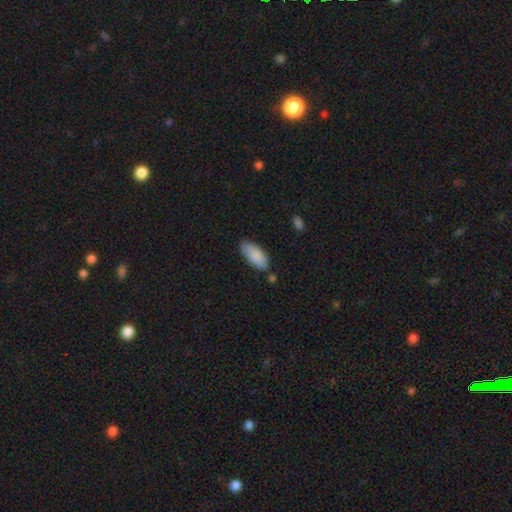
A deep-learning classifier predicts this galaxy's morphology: smooth_or_featured: smooth (p=0.87) [alt: featured or disk p=0.07]
how_rounded: in between (p=0.87) [alt: cigar-shaped p=0.12]
merging: none (p=0.74) [alt: minor disturbance p=0.18]